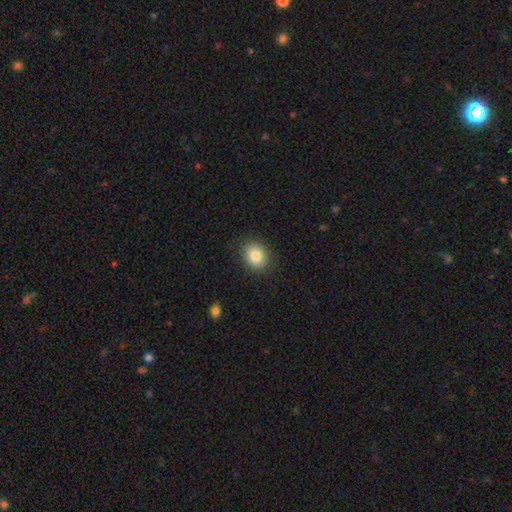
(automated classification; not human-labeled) Smooth or featured? Predicted: smooth (p=0.83). How rounded? Predicted: round (p=0.63). Merging? Predicted: none (p=0.87).